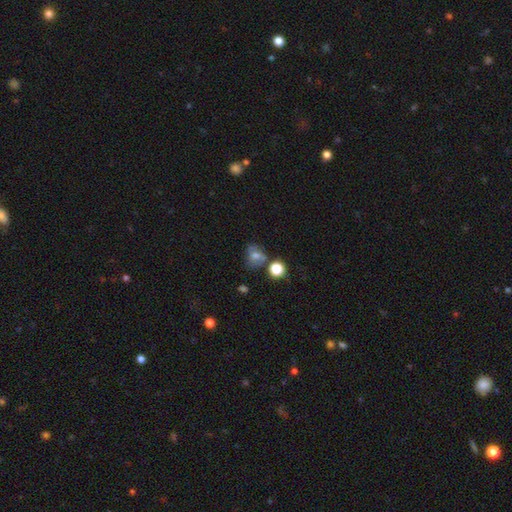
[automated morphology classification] This is likely a smooth galaxy (66%). How rounded: possibly round (60%). Merging: possibly none (54%).